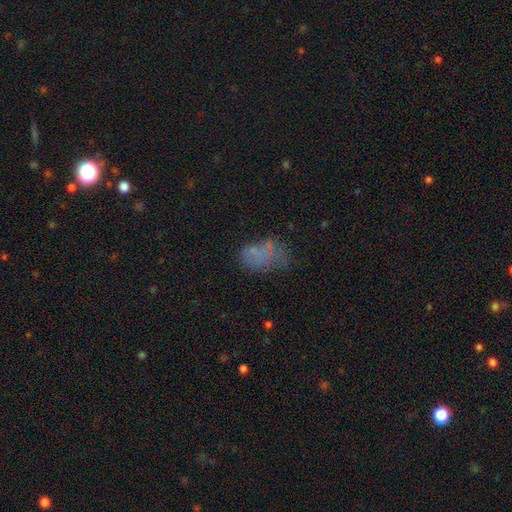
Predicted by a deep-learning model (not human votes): Q: Smooth or featured?
A: smooth (59%); runner-up: featured or disk (22%)
Q: How rounded?
A: in between (87%); runner-up: round (10%)
Q: Merging?
A: none (43%); runner-up: minor disturbance (26%)